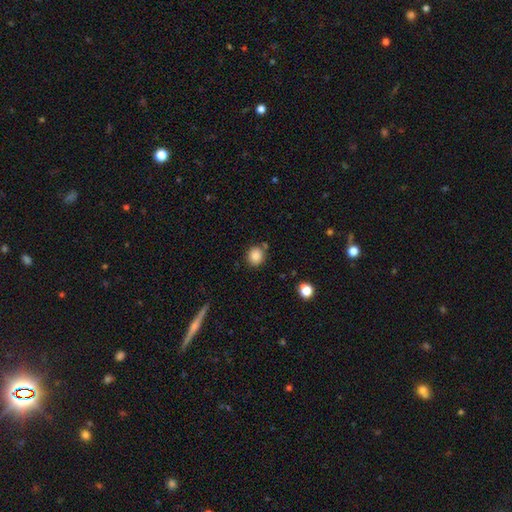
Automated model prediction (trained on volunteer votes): This is clearly a smooth galaxy (86%). How rounded: clearly round (84%). Merging: likely none (79%).